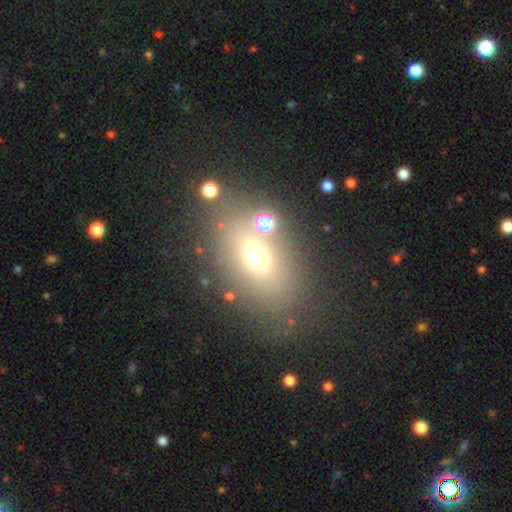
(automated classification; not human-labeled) This appears to be a smooth galaxy with no disk features (60%) that is in between round and cigar-shaped (72%). Merging: none (70%).